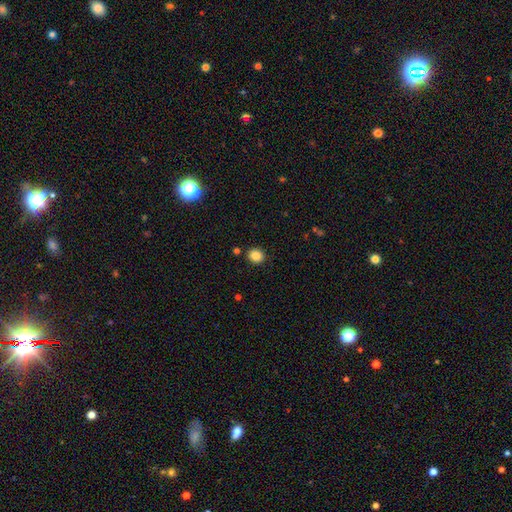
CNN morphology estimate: This appears to be a smooth galaxy with no disk features (86%) that is round (79%). Merging: none (88%).